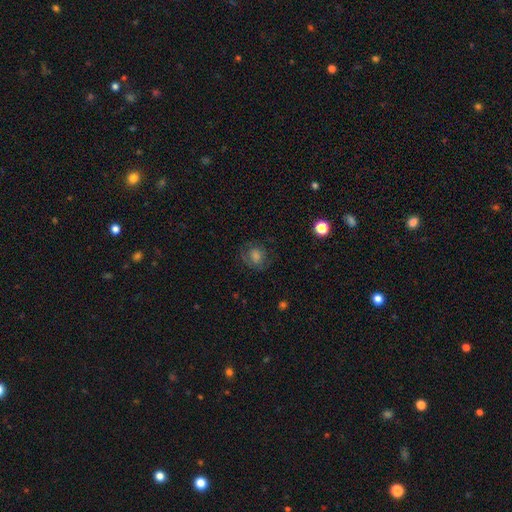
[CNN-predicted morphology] smooth_or_featured: smooth (p=0.57) [alt: featured or disk p=0.24]
how_rounded: round (p=0.72) [alt: in between p=0.26]
merging: none (p=0.74) [alt: minor disturbance p=0.16]